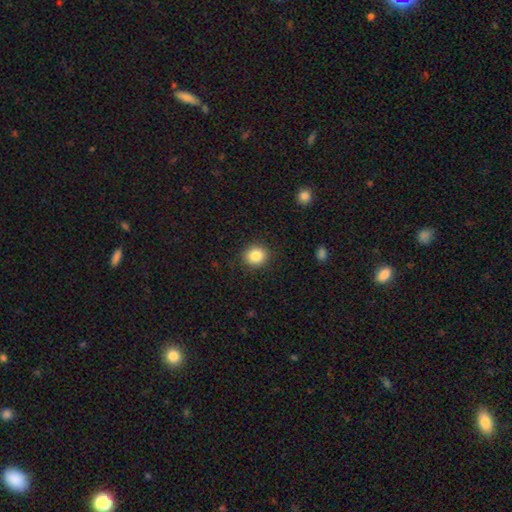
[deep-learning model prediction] Morphology: type=smooth (85%); roundness=round (82%); merging=none (90%).